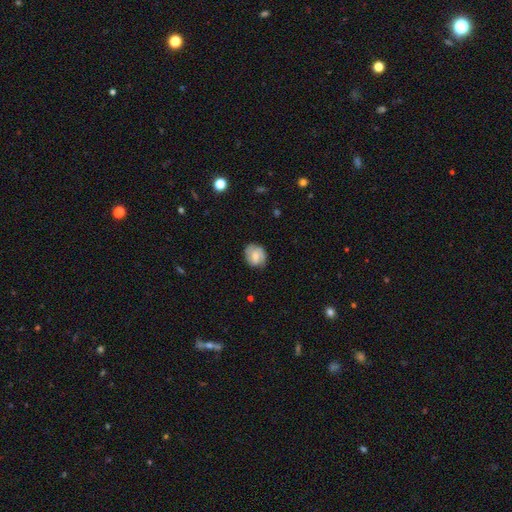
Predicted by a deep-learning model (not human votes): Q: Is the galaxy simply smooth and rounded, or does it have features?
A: featured or disk — 50%.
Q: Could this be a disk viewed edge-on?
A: no — 97%.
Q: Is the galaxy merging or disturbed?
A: none — 72%.